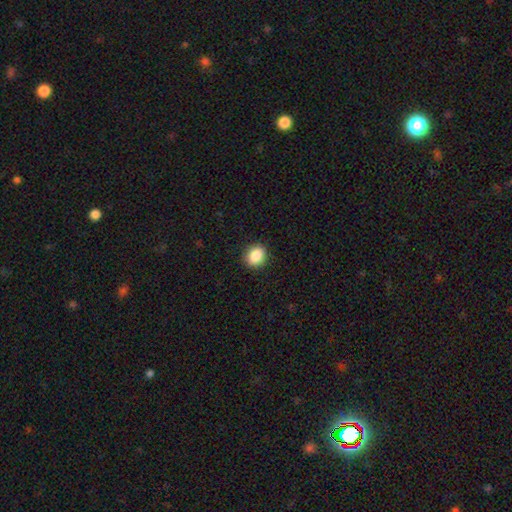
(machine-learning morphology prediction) The model was most divided on "how rounded": round: 57%, in between: 42%, cigar-shaped: 1%. More confident: merging — none (90%); smooth or featured — smooth (87%).